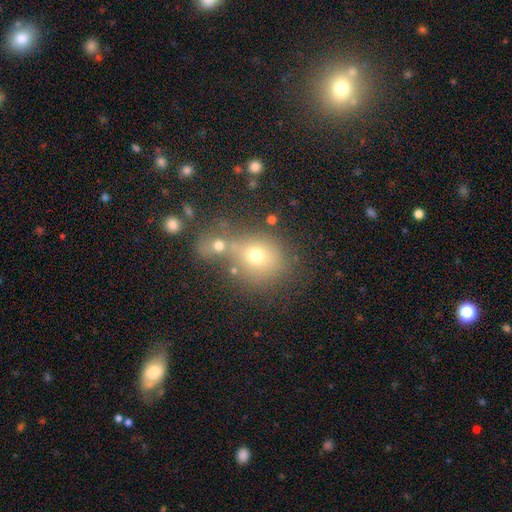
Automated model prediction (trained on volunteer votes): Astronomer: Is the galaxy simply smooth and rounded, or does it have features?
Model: smooth — 67%.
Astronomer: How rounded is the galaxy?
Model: round — 76%.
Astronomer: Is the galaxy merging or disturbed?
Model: none — 45% (runner-up: merger, 37%).